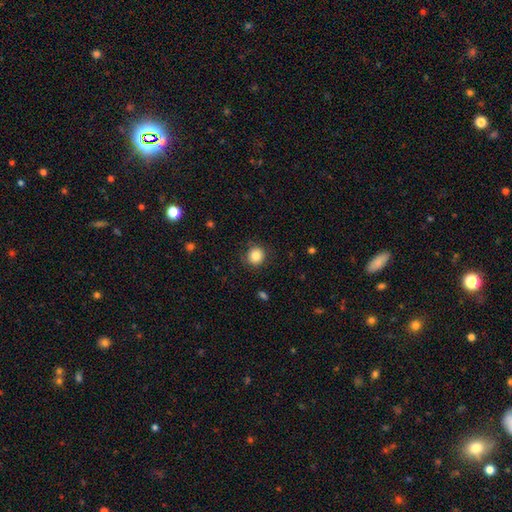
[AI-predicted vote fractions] Smooth or featured? Predicted: smooth (p=0.83). How rounded? Predicted: round (p=0.90). Merging? Predicted: none (p=0.84).